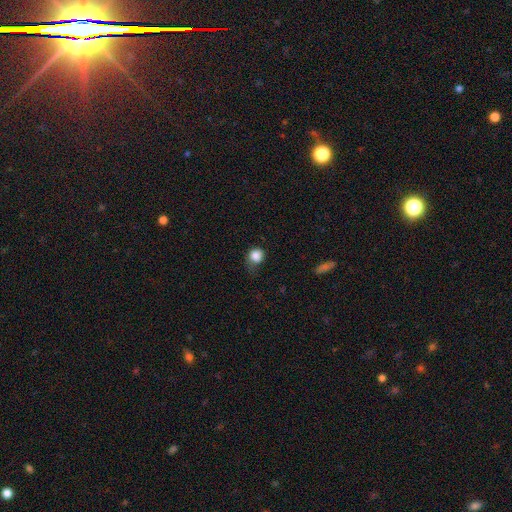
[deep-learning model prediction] smooth-or-featured: smooth: 85% | star or artifact: 10% | featured or disk: 5%
  how-rounded: round: 79% | in between: 20% | cigar-shaped: 1%
  merging: none: 48% | minor disturbance: 34% | major disturbance: 16% | merger: 2%